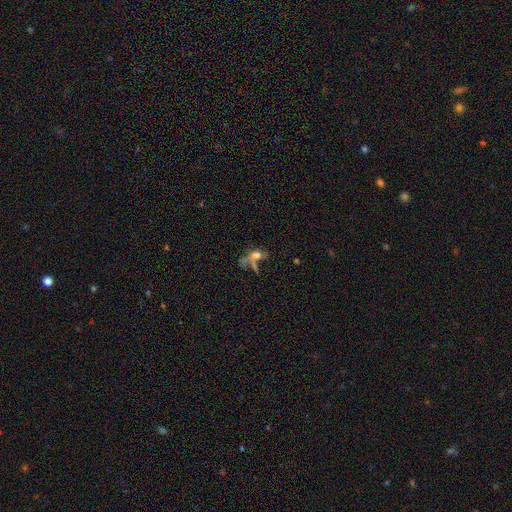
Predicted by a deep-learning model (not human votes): smooth_or_featured: smooth (p=0.43) [alt: featured or disk p=0.35]
merging: merger (p=0.35) [alt: major disturbance p=0.31]